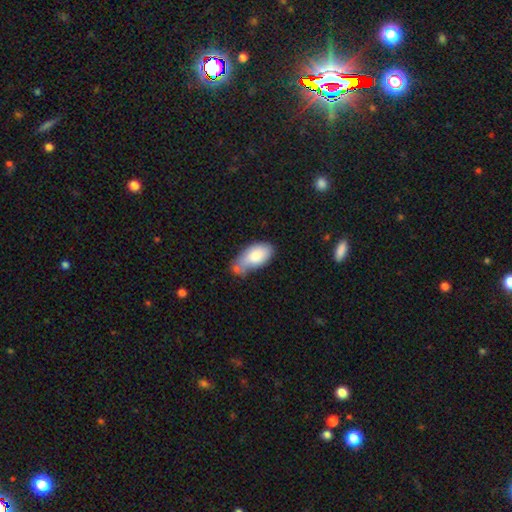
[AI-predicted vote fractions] Smooth or featured?
  - smooth: 81% *
  - featured or disk: 13%
  - star or artifact: 7%
How rounded?
  - in between: 93% *
  - cigar-shaped: 4%
  - round: 3%
Merging?
  - minor disturbance: 36% *
  - none: 34%
  - merger: 18%
  - major disturbance: 13%